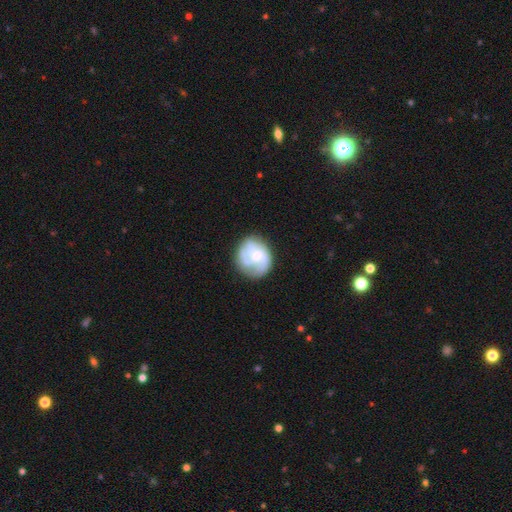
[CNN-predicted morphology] type=featured or disk (69%); edge-on=no (98%); bar=no (59%); spiral arms=yes (86%); winding=tight (43%); arm count=2 (31%); bulge=small (42%, tied with moderate); merging=none (65%).